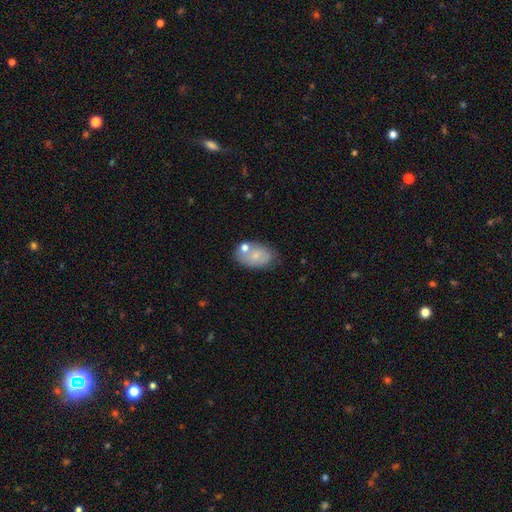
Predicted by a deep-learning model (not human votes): A smooth galaxy with no disk features (67%) that is in between round and cigar-shaped (88%). Merging: none (55%).